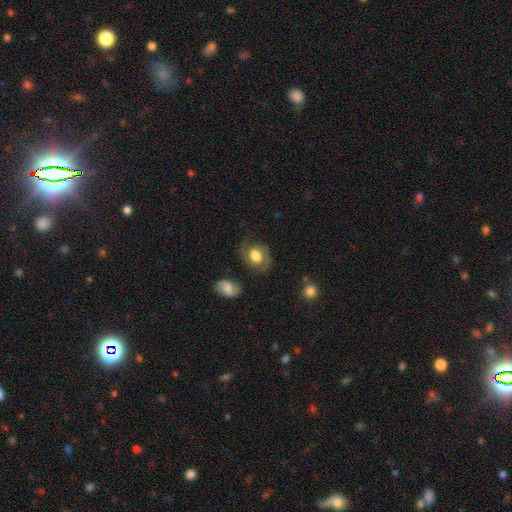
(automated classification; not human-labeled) This is possibly a smooth galaxy (53%). How rounded: possibly in between (55%). Merging: likely none (68%).